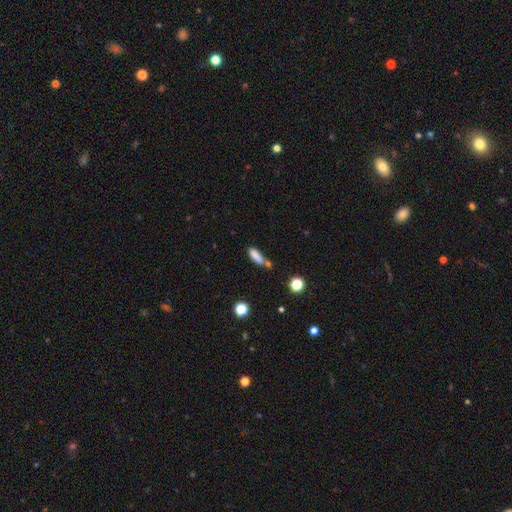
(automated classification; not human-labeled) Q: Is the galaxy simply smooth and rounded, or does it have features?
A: smooth — 80%.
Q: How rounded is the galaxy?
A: cigar-shaped — 53%.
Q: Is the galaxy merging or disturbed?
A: none — 51%.